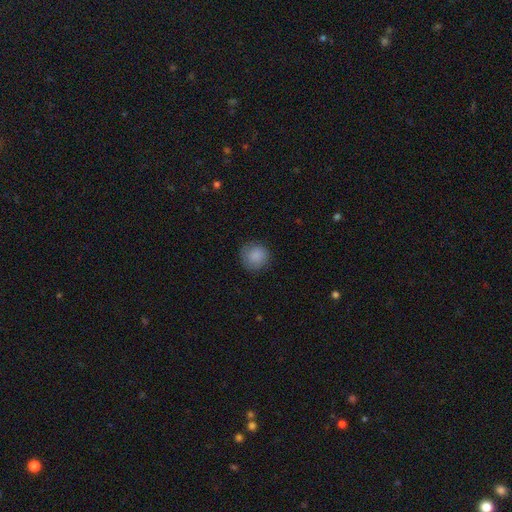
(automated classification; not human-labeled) Morphology: type=smooth (87%); roundness=round (93%); merging=none (85%).